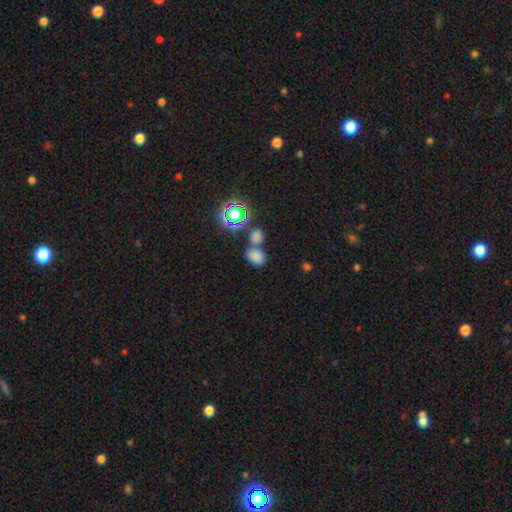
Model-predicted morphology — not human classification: smooth-or-featured: smooth: 76% | star or artifact: 18% | featured or disk: 6%
  how-rounded: in between: 72% | round: 27% | cigar-shaped: 1%
  merging: none: 51% | merger: 33% | minor disturbance: 11% | major disturbance: 4%